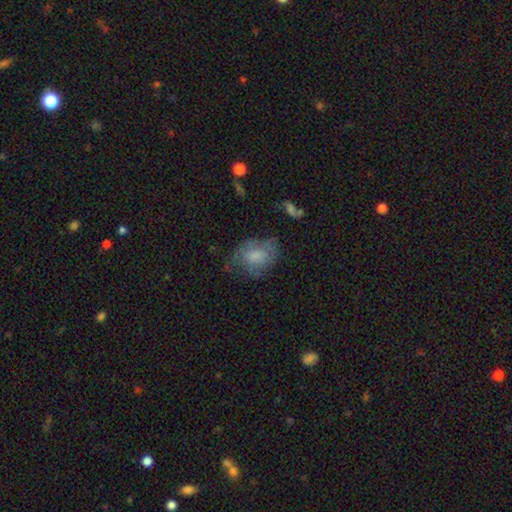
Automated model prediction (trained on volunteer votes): smooth 63%, featured or disk 28%, star or artifact 9%. Down the decision tree: how rounded — in between (73%); merging — none (47%).